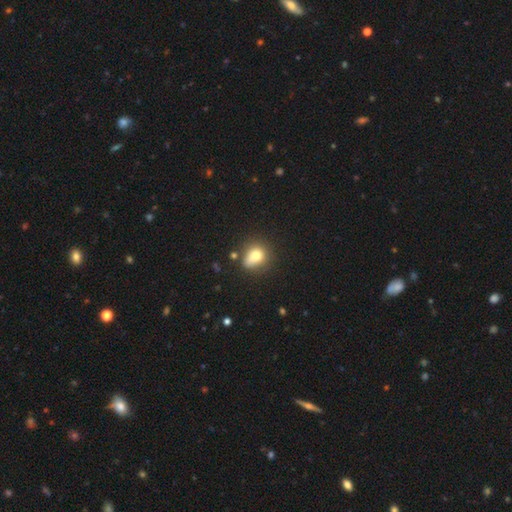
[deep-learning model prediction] Smooth or featured?
  - smooth: 76% *
  - featured or disk: 13%
  - star or artifact: 12%
How rounded?
  - round: 63% *
  - in between: 35%
  - cigar-shaped: 2%
Merging?
  - none: 56% *
  - minor disturbance: 25%
  - merger: 10%
  - major disturbance: 9%